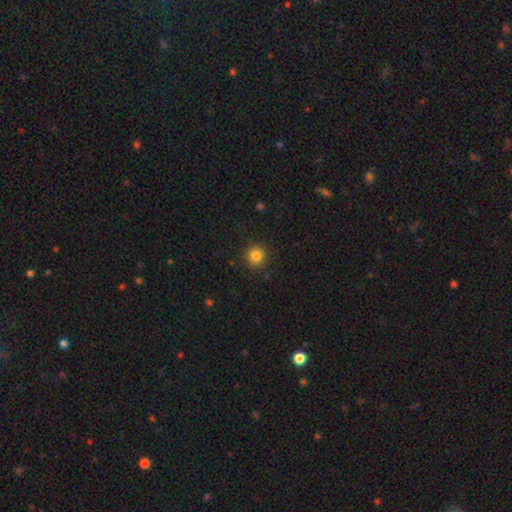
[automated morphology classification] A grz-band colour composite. It shows a smooth galaxy with no disk features (84%) that is round (94%). Merging: none (91%).